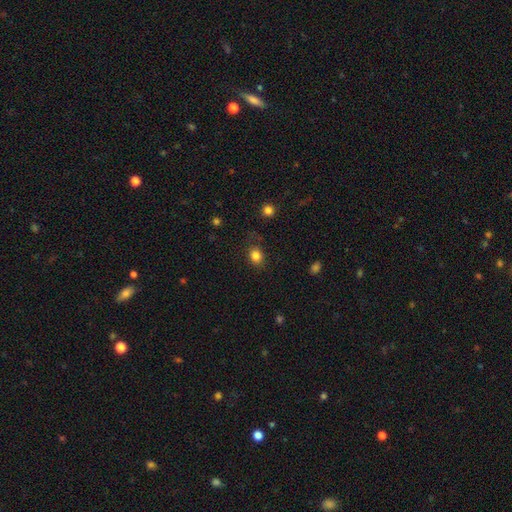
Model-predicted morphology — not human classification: smooth 83%, star or artifact 11%, featured or disk 5%. Down the decision tree: how rounded — round (57%); merging — none (77%).